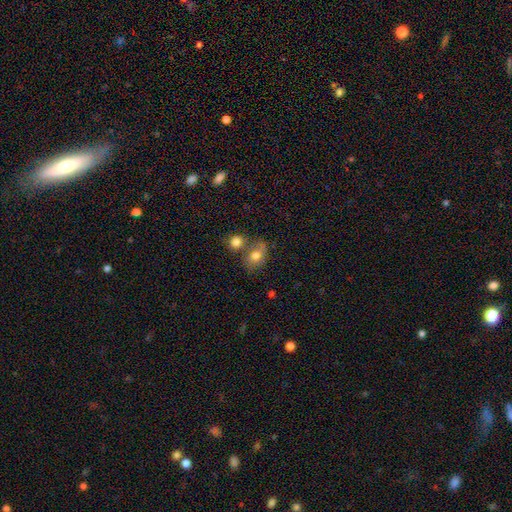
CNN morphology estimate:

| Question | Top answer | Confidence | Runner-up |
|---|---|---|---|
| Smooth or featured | smooth | 74% | featured or disk (16%) |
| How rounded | in between | 59% | round (40%) |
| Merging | none | 46% | merger (31%) |